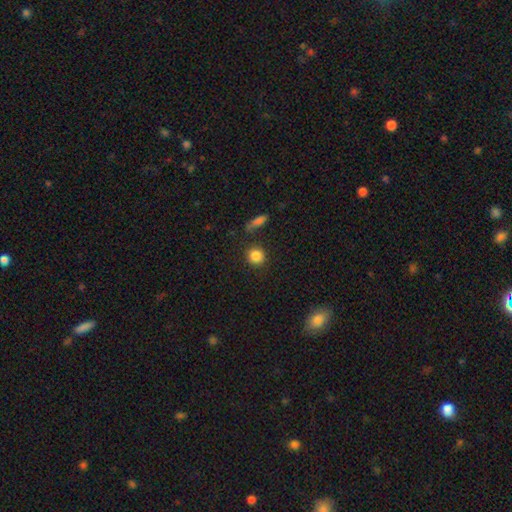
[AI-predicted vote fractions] Smooth or featured?
  - smooth: 86% *
  - star or artifact: 10%
  - featured or disk: 5%
How rounded?
  - round: 89% *
  - in between: 10%
  - cigar-shaped: 2%
Merging?
  - none: 83% *
  - minor disturbance: 9%
  - merger: 5%
  - major disturbance: 3%